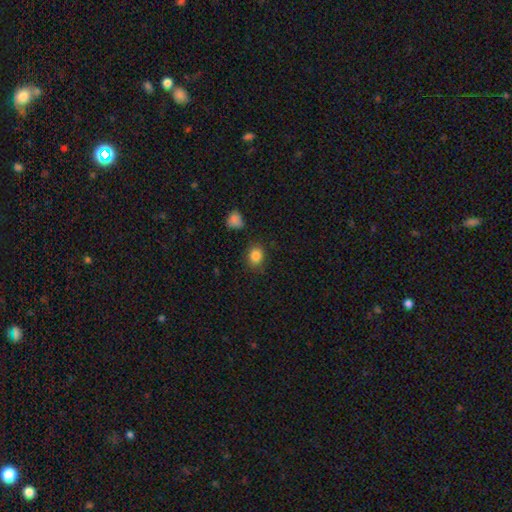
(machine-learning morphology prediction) smooth_or_featured: smooth (p=0.85) [alt: star or artifact p=0.10]
how_rounded: round (p=0.56) [alt: in between p=0.43]
merging: none (p=0.82) [alt: minor disturbance p=0.12]